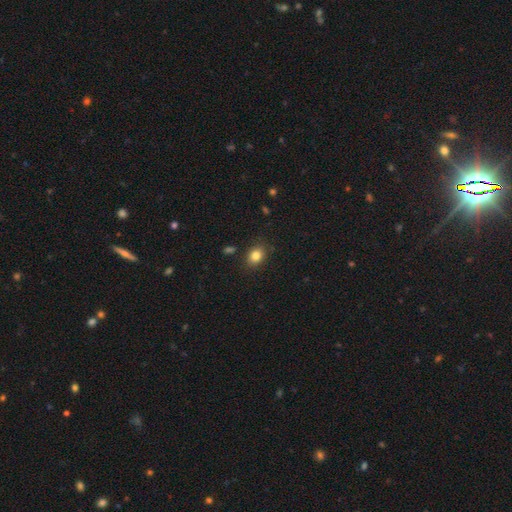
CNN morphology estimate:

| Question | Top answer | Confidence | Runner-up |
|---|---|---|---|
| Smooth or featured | smooth | 83% | star or artifact (10%) |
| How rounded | in between | 57% | round (42%) |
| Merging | none | 85% | minor disturbance (11%) |